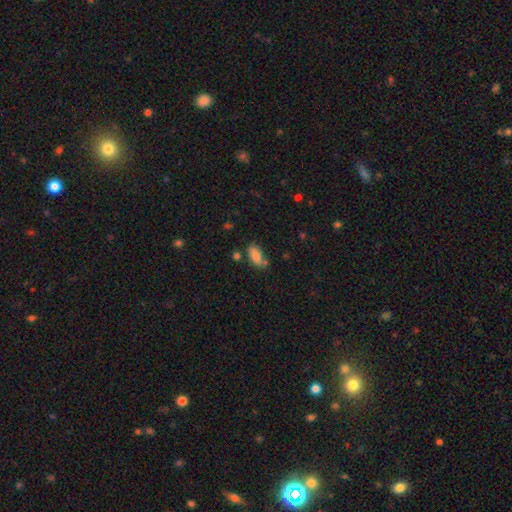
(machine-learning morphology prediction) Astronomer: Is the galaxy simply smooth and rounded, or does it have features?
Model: smooth — 81%.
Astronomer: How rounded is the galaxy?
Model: in between — 87%.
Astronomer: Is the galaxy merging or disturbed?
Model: none — 63%.